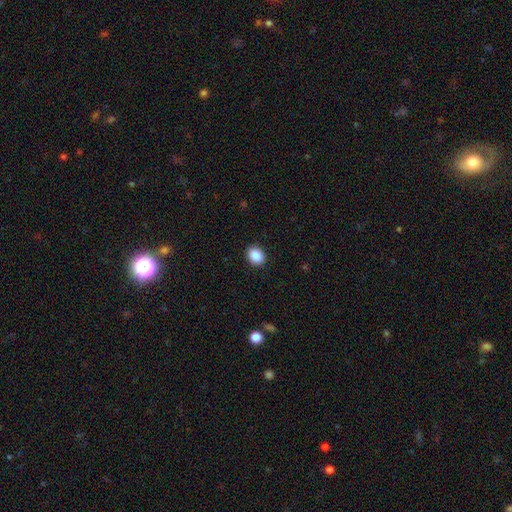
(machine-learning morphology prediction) smooth-or-featured: smooth: 89% | star or artifact: 8% | featured or disk: 3%
  how-rounded: round: 50% | in between: 49% | cigar-shaped: 1%
  merging: none: 90% | minor disturbance: 7% | major disturbance: 2% | merger: 1%